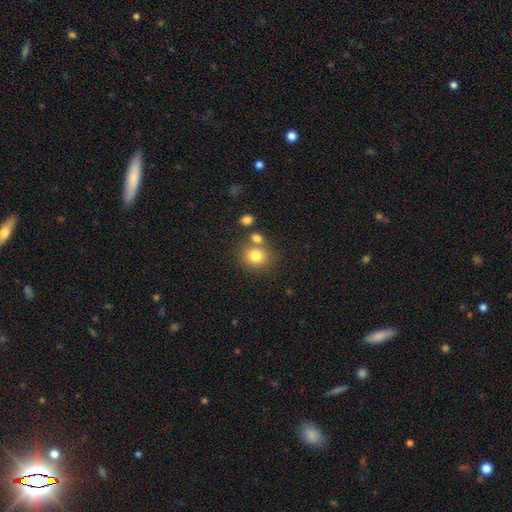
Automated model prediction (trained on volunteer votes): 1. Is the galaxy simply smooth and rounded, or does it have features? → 80% smooth, 11% star or artifact, 9% featured or disk.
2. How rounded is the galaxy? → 79% round, 20% in between, 1% cigar-shaped.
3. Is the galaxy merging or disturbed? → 66% none, 21% merger, 9% minor disturbance, 3% major disturbance.